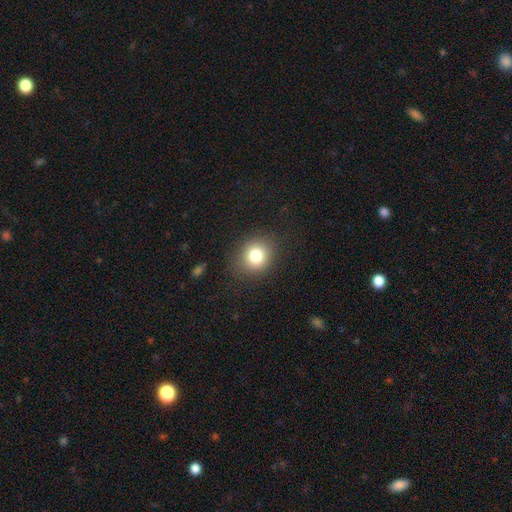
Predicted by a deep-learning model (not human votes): This appears to be a smooth galaxy with no disk features (80%) that is round (77%). Merging: none (85%).